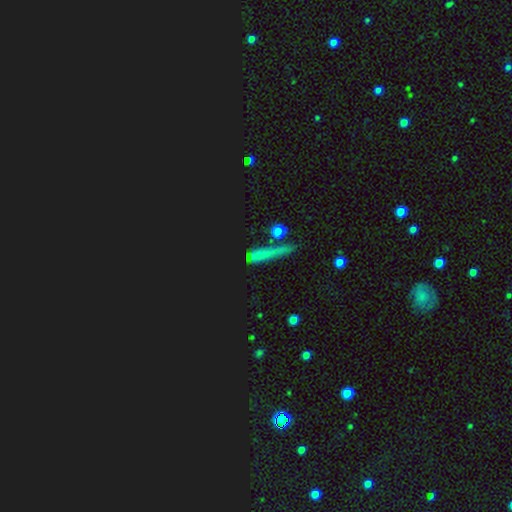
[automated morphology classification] smooth-or-featured: star or artifact: 44% | smooth: 42% | featured or disk: 14%